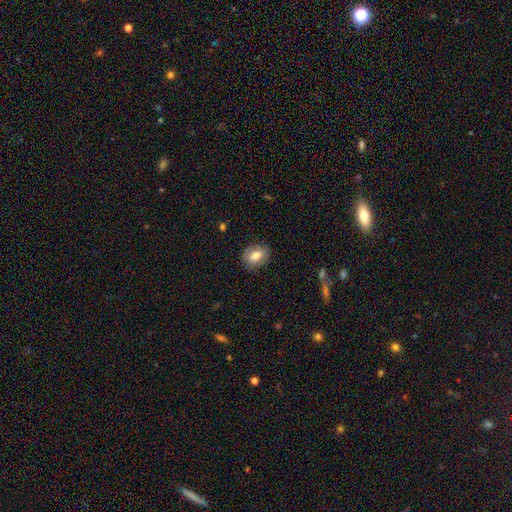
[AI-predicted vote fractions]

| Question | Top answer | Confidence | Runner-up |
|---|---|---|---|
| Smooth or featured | smooth | 67% | featured or disk (25%) |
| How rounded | in between | 63% | round (36%) |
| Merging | none | 82% | minor disturbance (13%) |